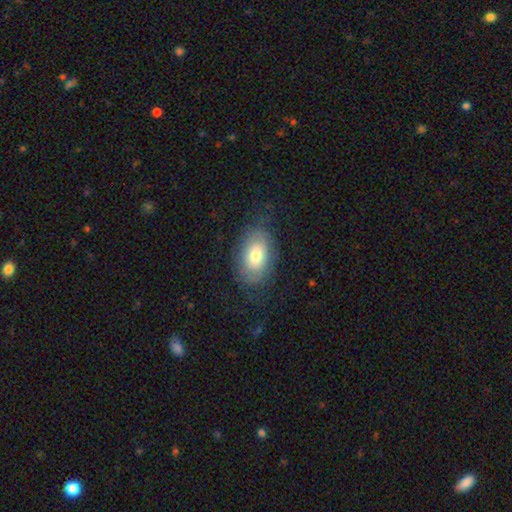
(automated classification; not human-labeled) This appears to be a smooth galaxy with no disk features (64%) that is in between round and cigar-shaped (90%). Merging: none (72%).